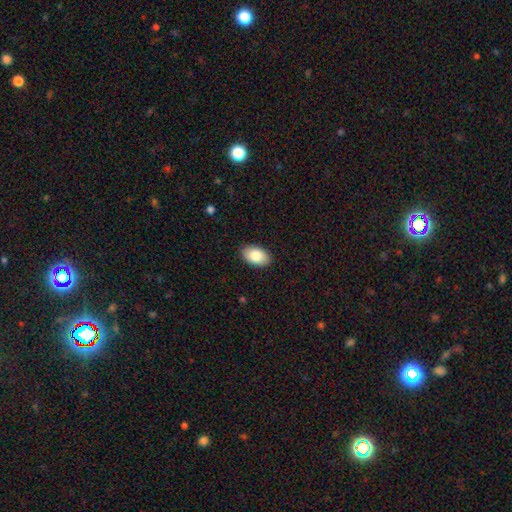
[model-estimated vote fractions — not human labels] Morphology: type=smooth (85%); roundness=in between (93%); merging=none (89%).